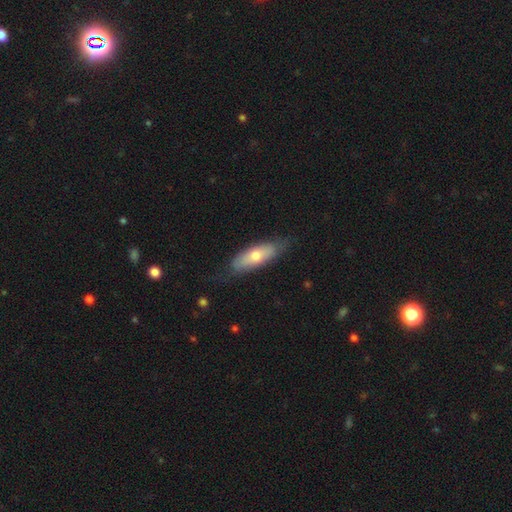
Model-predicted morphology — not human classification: A smooth galaxy with no disk features (61%) that is in between round and cigar-shaped (64%).

Vote fractions:
- Smooth or featured? smooth: 61% / featured or disk: 34% / star or artifact: 6%
- How rounded? in between: 64% / cigar-shaped: 33% / round: 2%
- Merging? none: 71% / minor disturbance: 22% / major disturbance: 6% / merger: 1%